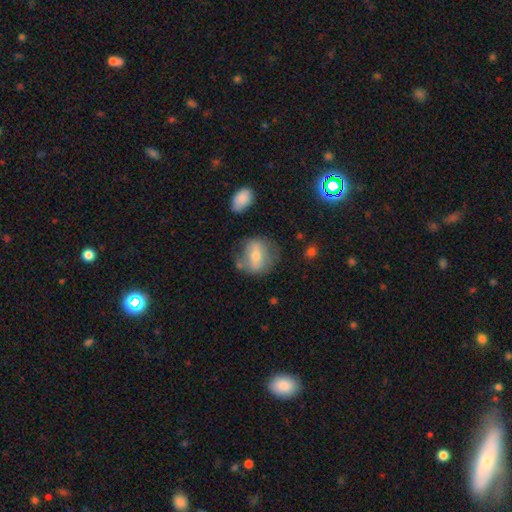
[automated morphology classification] Smooth or featured? smooth (48%)
Merging? none (63%)